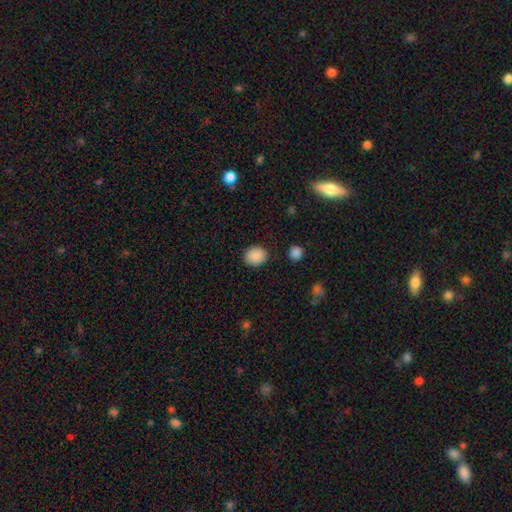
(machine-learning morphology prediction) The model was most divided on "how rounded": round: 69%, in between: 30%, cigar-shaped: 1%. More confident: smooth or featured — smooth (89%); merging — none (88%).